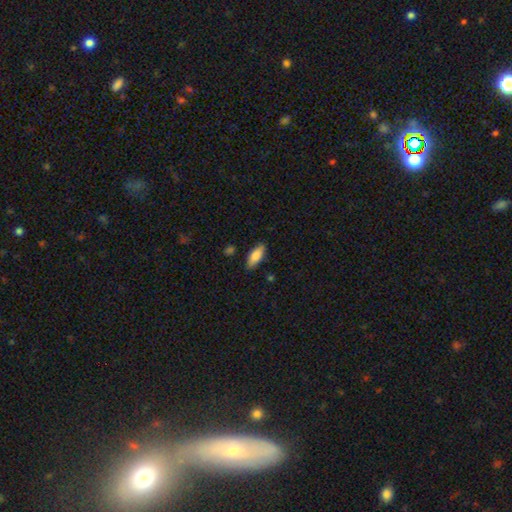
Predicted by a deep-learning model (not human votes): Smooth or featured?
  - smooth: 82% *
  - featured or disk: 12%
  - star or artifact: 6%
How rounded?
  - in between: 74% *
  - cigar-shaped: 24%
  - round: 2%
Merging?
  - none: 85% *
  - minor disturbance: 11%
  - major disturbance: 2%
  - merger: 2%